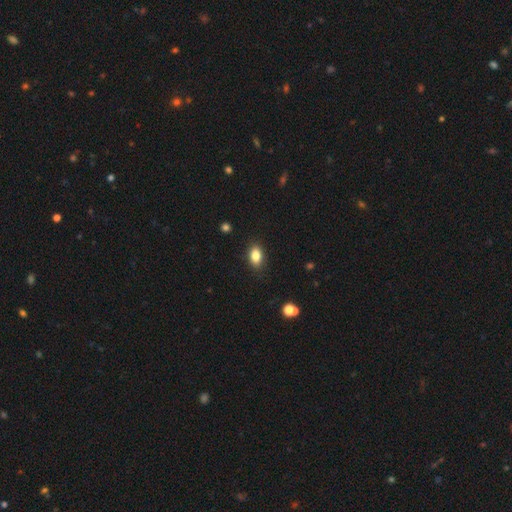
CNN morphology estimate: A smooth galaxy with no disk features (83%) that is in between round and cigar-shaped (86%).

Vote fractions:
- Smooth or featured? smooth: 83% / star or artifact: 9% / featured or disk: 8%
- How rounded? in between: 86% / round: 11% / cigar-shaped: 3%
- Merging? none: 87% / minor disturbance: 10% / major disturbance: 2% / merger: 1%